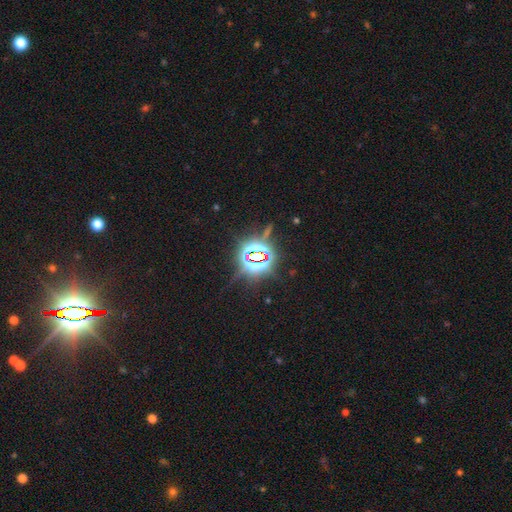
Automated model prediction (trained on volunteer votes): Q: Smooth or featured?
A: star or artifact (81%); runner-up: smooth (10%)